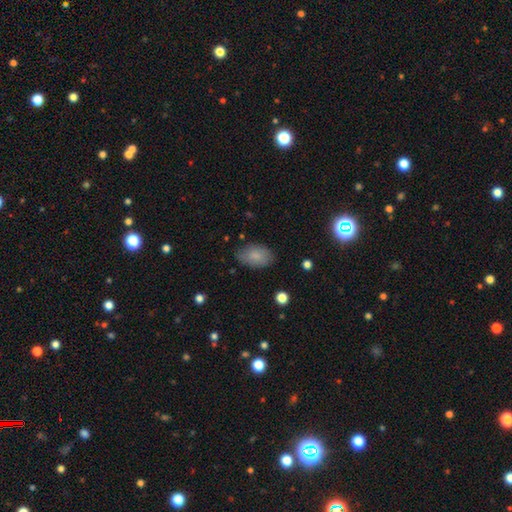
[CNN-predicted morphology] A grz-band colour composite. It shows a smooth galaxy with no disk features (84%) that is in between round and cigar-shaped (91%). Merging: none (81%).